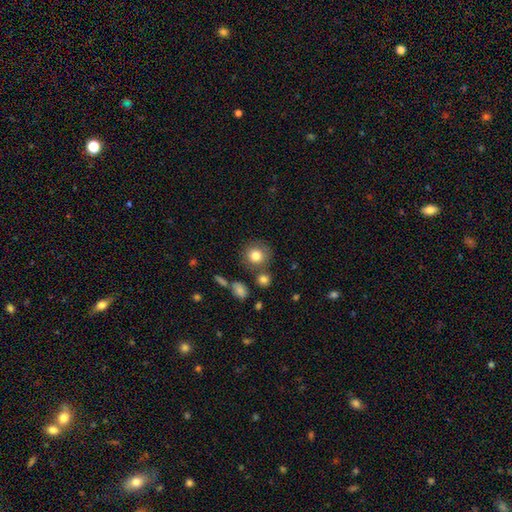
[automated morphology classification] Overall: smooth (81%). How rounded: round (88%). Merging: none (75%).